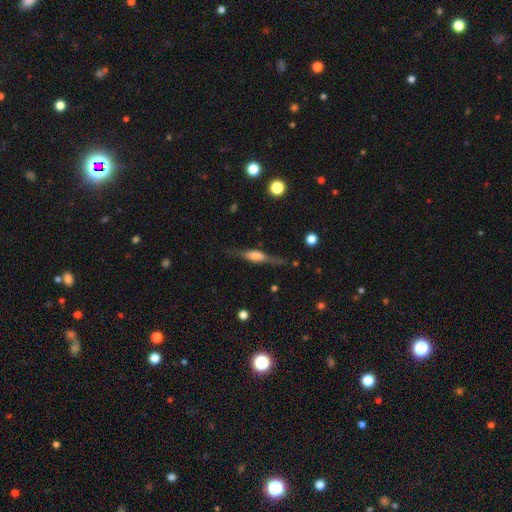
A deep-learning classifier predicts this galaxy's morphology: Smooth or featured?
  - featured or disk: 65% *
  - smooth: 27%
  - star or artifact: 7%
Edge-on disk?
  - yes: 94% *
  - no: 6%
Edge-on bulge?
  - rounded: 59% *
  - boxy: 34%
  - none: 6%
Merging?
  - none: 77% *
  - minor disturbance: 15%
  - major disturbance: 5%
  - merger: 2%